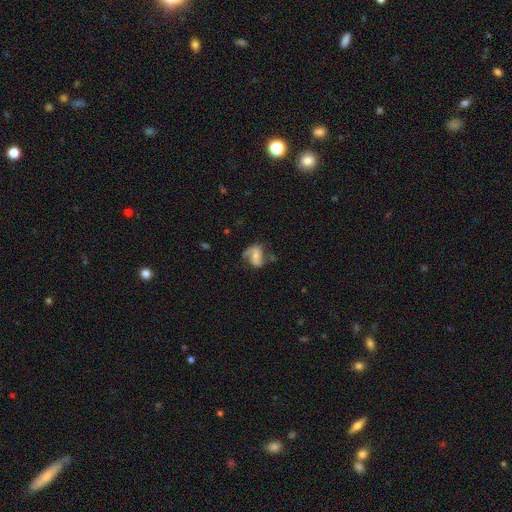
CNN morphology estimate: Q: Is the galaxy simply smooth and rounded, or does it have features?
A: featured or disk — 72%.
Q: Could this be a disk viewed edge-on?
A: no — 97%.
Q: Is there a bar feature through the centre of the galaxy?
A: no — 44%.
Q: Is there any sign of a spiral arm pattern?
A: yes — 90%.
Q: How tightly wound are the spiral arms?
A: loose — 46%.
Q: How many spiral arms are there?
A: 2 — 66%.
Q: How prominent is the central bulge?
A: small — 48%.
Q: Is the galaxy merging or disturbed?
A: none — 47%.